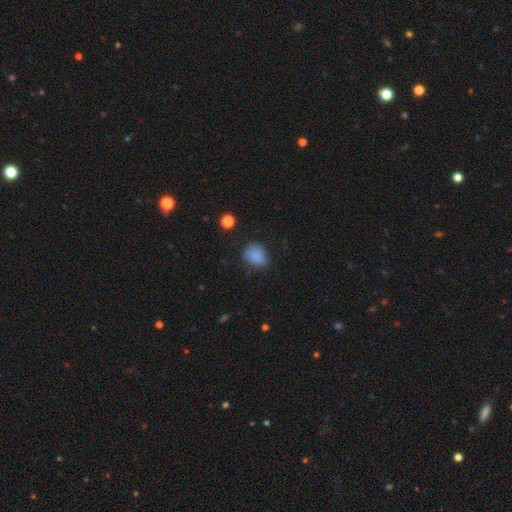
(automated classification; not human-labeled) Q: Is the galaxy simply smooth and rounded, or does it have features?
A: smooth — 85%.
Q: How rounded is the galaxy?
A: in between — 55%.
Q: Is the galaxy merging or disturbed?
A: none — 74%.